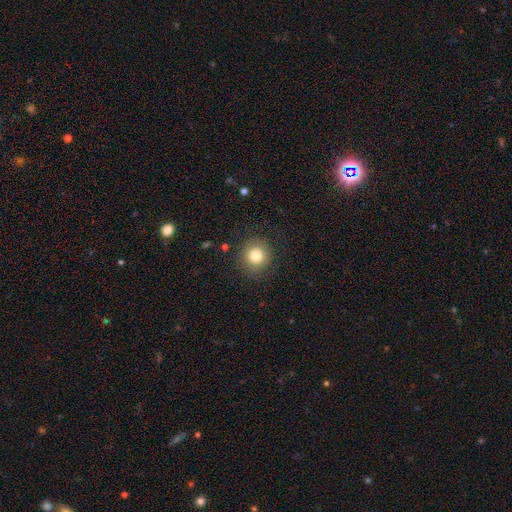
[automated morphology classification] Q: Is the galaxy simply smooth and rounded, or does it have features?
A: smooth — 81%.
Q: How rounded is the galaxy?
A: round — 91%.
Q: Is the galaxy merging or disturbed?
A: none — 87%.